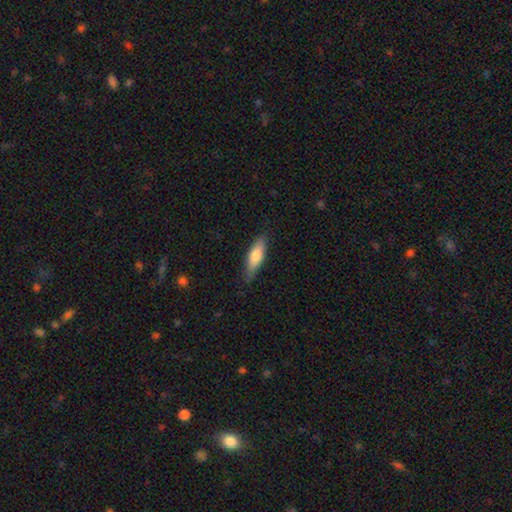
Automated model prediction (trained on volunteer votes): A smooth galaxy with no disk features (71%) that is cigar-shaped (50%).

Vote fractions:
- Smooth or featured? smooth: 71% / featured or disk: 23% / star or artifact: 6%
- How rounded? cigar-shaped: 50% / in between: 48% / round: 2%
- Merging? none: 79% / minor disturbance: 17% / major disturbance: 3% / merger: 1%